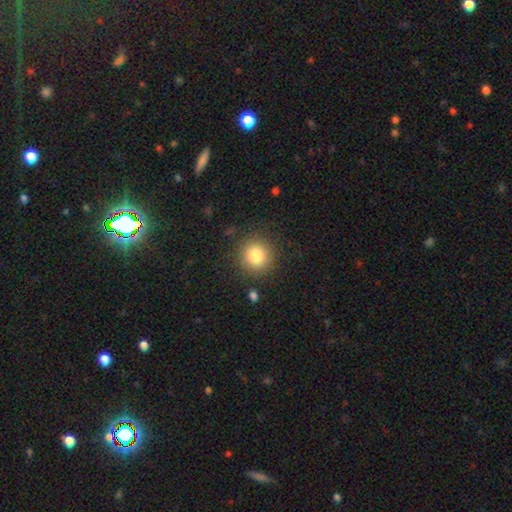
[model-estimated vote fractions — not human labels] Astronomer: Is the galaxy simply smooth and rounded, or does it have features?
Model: smooth — 84%.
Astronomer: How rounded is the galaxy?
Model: round — 92%.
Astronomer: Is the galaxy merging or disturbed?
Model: none — 87%.